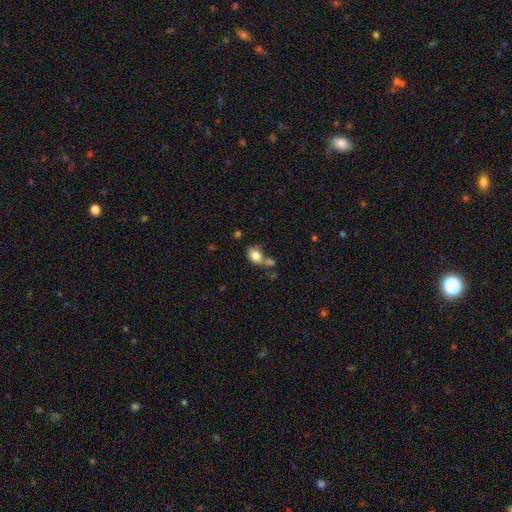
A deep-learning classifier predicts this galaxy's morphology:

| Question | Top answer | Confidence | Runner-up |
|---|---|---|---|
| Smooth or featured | smooth | 82% | featured or disk (9%) |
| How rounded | in between | 74% | round (25%) |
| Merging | none | 48% | merger (29%) |